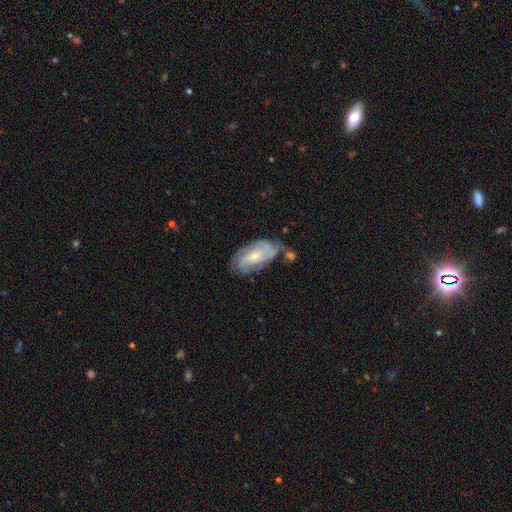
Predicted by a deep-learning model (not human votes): Smooth or featured? featured or disk (72%)
Edge-on disk? no (94%)
Bar? no (60%)
Spiral arms? yes (91%)
Spiral winding? tight (54%)
Spiral arm count? can't tell (35%)
Bulge size? small (56%)
Merging? none (59%)